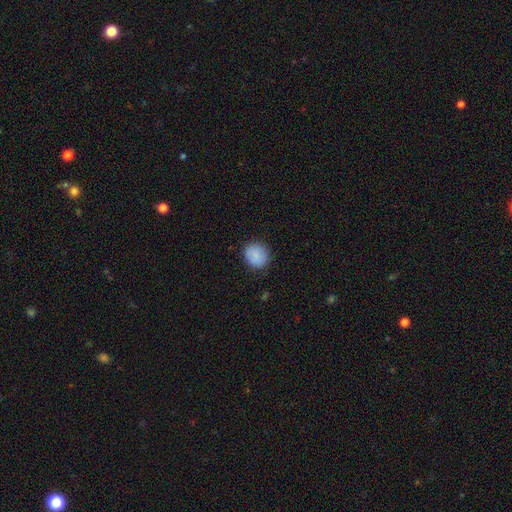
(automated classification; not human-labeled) smooth-or-featured: smooth: 87% | star or artifact: 8% | featured or disk: 5%
  how-rounded: round: 74% | in between: 25% | cigar-shaped: 1%
  merging: none: 84% | minor disturbance: 12% | major disturbance: 3% | merger: 1%